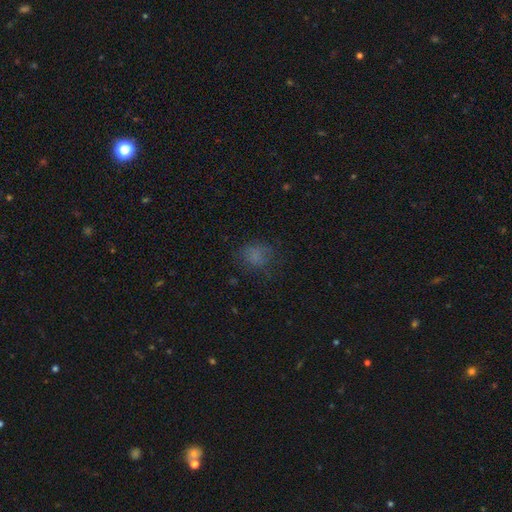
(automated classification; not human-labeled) This appears to be a smooth galaxy with no disk features (69%) that is round (58%). Merging: none (64%).